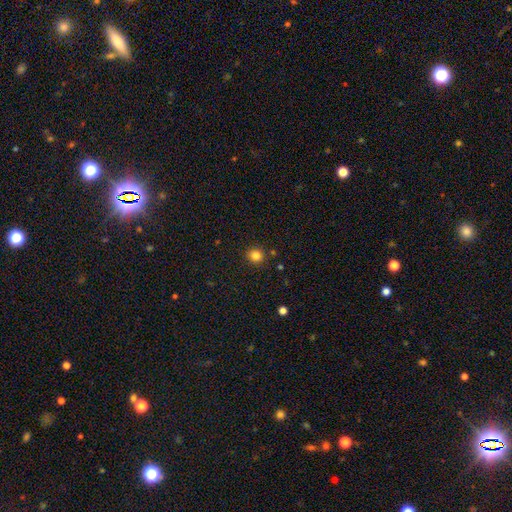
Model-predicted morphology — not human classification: The model was most divided on "how rounded": round: 83%, in between: 16%, cigar-shaped: 1%. More confident: merging — none (87%); smooth or featured — smooth (83%).